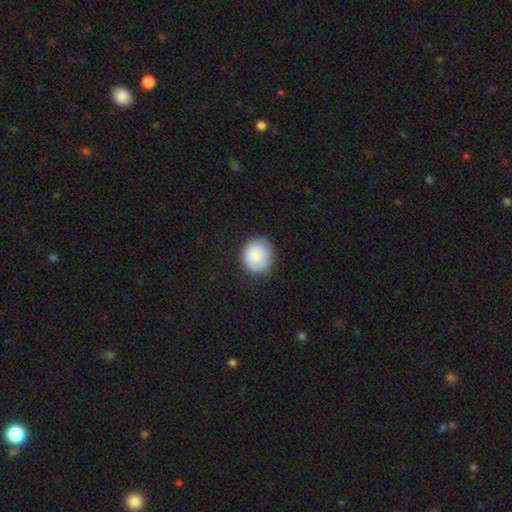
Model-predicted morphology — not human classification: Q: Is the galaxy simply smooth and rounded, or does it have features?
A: smooth — 80%.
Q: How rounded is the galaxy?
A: round — 84%.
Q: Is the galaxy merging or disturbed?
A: none — 78%.